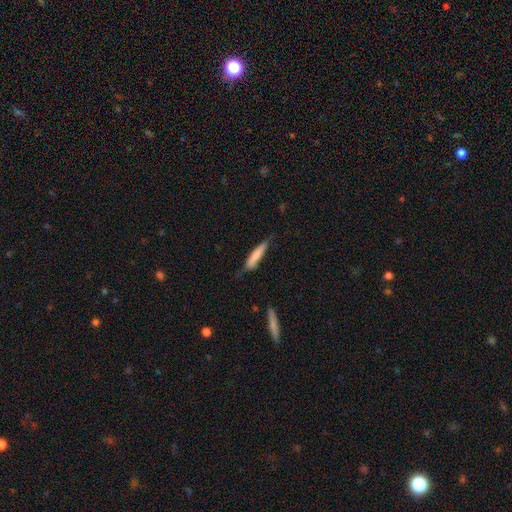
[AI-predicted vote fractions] This appears to be a smooth galaxy with no disk features (74%) that is cigar-shaped (87%). Merging: none (63%).